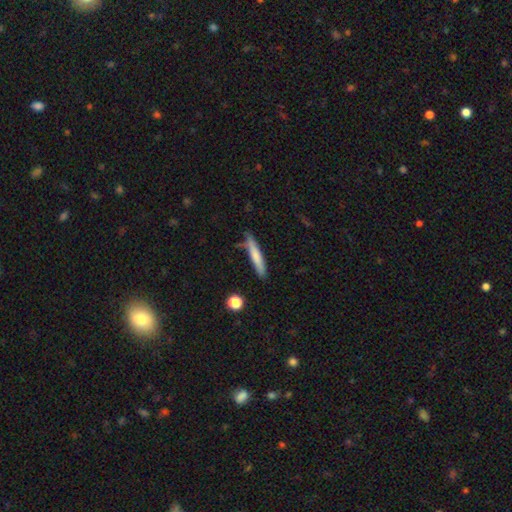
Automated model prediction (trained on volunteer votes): Overall: smooth (70%). How rounded: cigar-shaped (92%). Merging: none (73%).